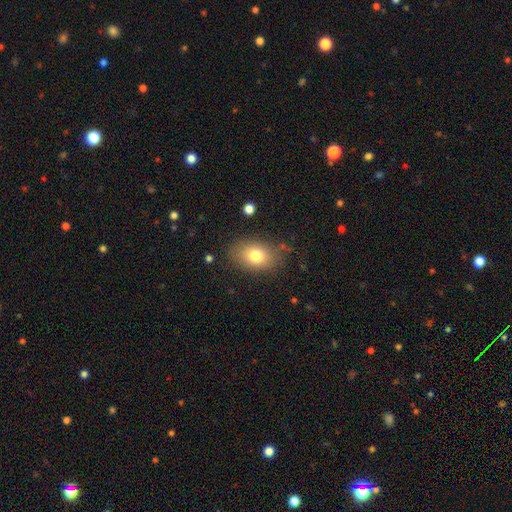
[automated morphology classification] smooth 78%, featured or disk 13%, star or artifact 10%. Down the decision tree: how rounded — in between (81%); merging — none (81%).